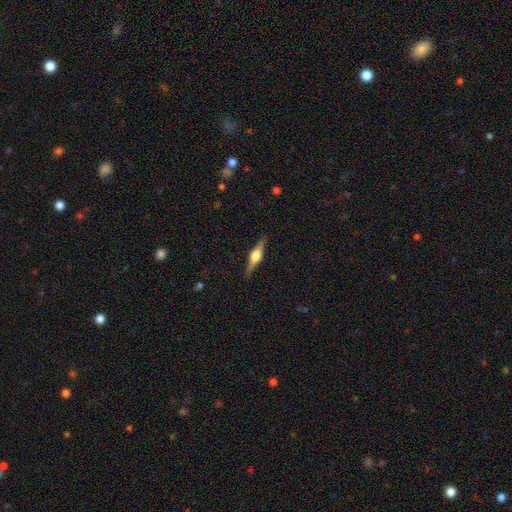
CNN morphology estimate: A featured or disk galaxy (76%) viewed edge-on (98%) with a rounded central bulge (90%).

Vote fractions:
- Smooth or featured? featured or disk: 76% / smooth: 18% / star or artifact: 6%
- Edge-on disk? yes: 98% / no: 2%
- Edge-on bulge? rounded: 90% / boxy: 8% / none: 2%
- Merging? none: 89% / minor disturbance: 8% / major disturbance: 2% / merger: 1%